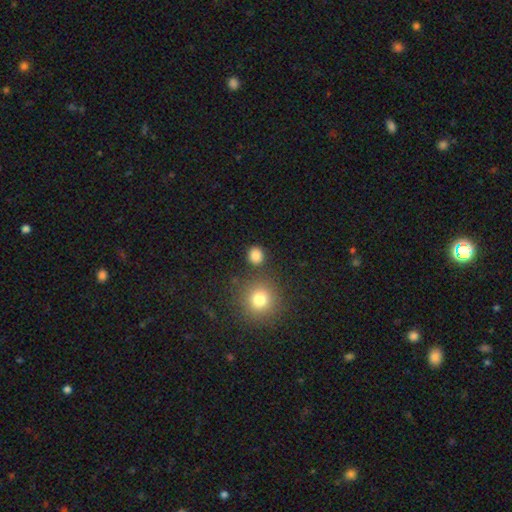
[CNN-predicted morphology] Smooth or featured?
  - smooth: 84% *
  - star or artifact: 13%
  - featured or disk: 4%
How rounded?
  - round: 86% *
  - in between: 13%
  - cigar-shaped: 1%
Merging?
  - none: 85% *
  - minor disturbance: 7%
  - merger: 5%
  - major disturbance: 3%